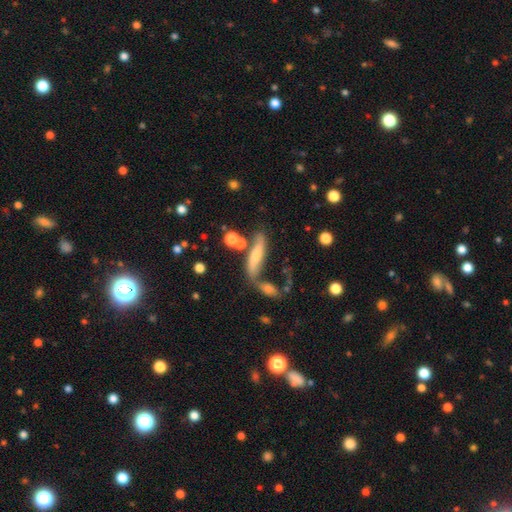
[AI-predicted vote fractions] A smooth galaxy with no disk features (50%).

Vote fractions:
- Smooth or featured? smooth: 50% / featured or disk: 41% / star or artifact: 9%
- Merging? none: 50% / merger: 23% / minor disturbance: 18% / major disturbance: 9%